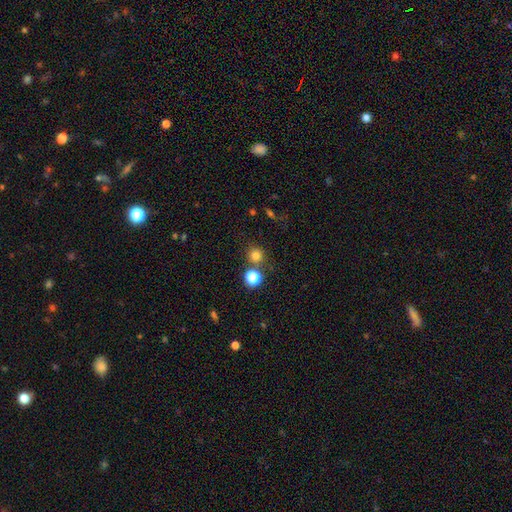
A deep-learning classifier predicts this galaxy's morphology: Q: Smooth or featured?
A: smooth (75%); runner-up: star or artifact (18%)
Q: How rounded?
A: round (92%); runner-up: in between (7%)
Q: Merging?
A: none (76%); runner-up: merger (12%)